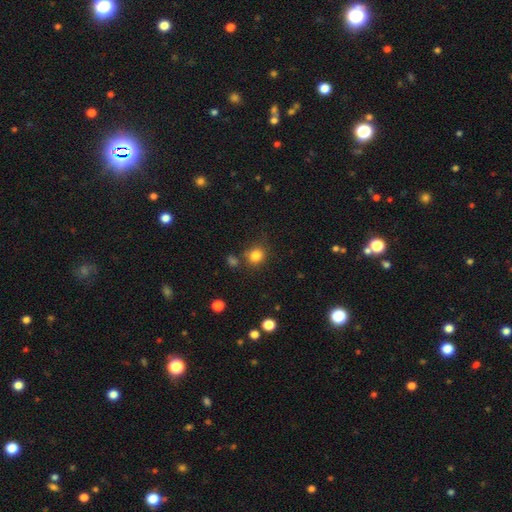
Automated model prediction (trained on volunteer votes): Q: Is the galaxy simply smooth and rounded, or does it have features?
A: smooth — 82%.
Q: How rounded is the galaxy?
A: round — 80%.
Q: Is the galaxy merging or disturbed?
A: none — 76%.